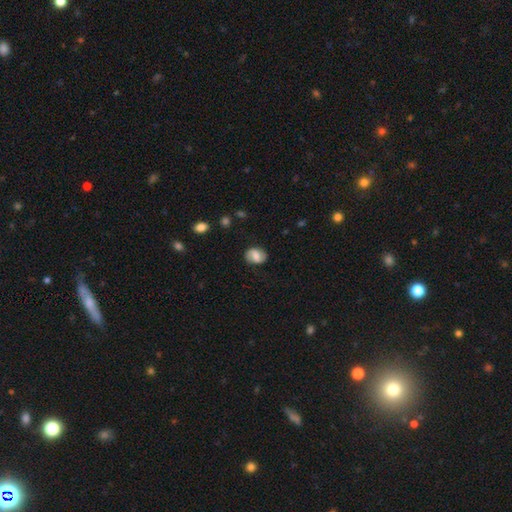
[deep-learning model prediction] A smooth galaxy with no disk features (51%) that is in between round and cigar-shaped (64%).

Vote fractions:
- Smooth or featured? smooth: 51% / featured or disk: 41% / star or artifact: 8%
- How rounded? in between: 64% / round: 35% / cigar-shaped: 1%
- Merging? none: 78% / minor disturbance: 15% / major disturbance: 5% / merger: 1%